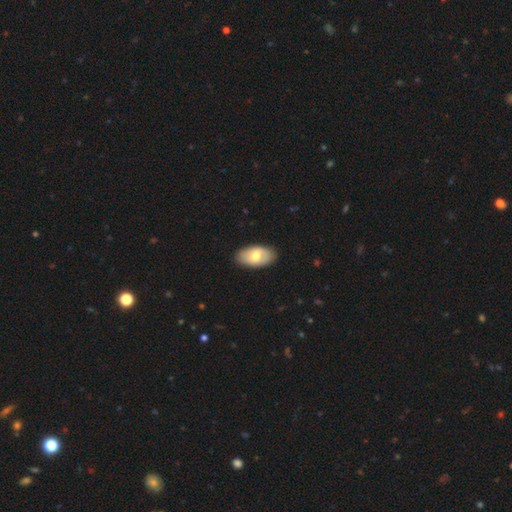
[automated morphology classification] A smooth galaxy with no disk features (60%) that is in between round and cigar-shaped (94%).

Vote fractions:
- Smooth or featured? smooth: 60% / featured or disk: 34% / star or artifact: 5%
- How rounded? in between: 94% / round: 4% / cigar-shaped: 2%
- Merging? none: 86% / minor disturbance: 11% / major disturbance: 2% / merger: 1%